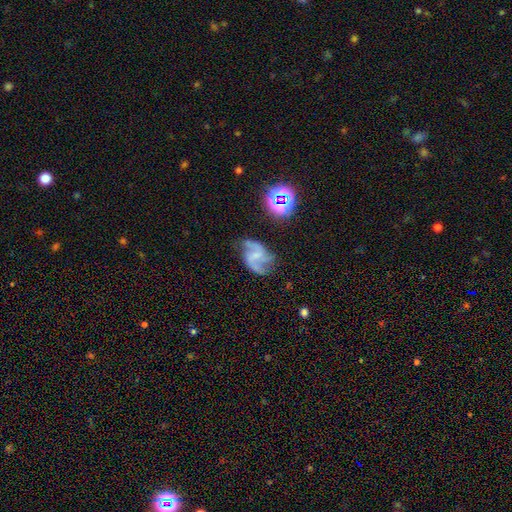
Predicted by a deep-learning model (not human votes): Smooth or featured? featured or disk (81%)
Edge-on disk? no (98%)
Bar? no (44%)
Spiral arms? yes (95%)
Spiral winding? loose (51%)
Spiral arm count? 2 (56%)
Bulge size? small (54%)
Merging? none (58%)